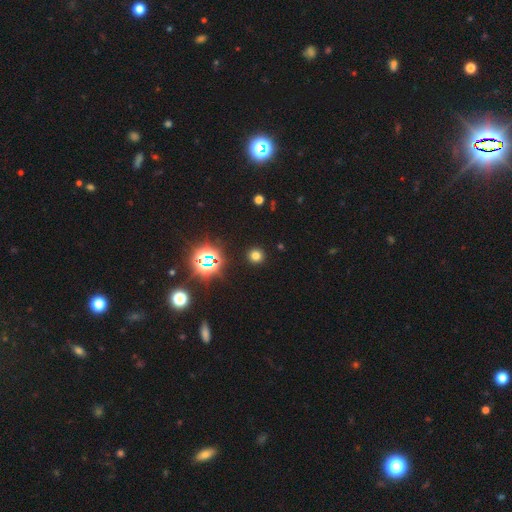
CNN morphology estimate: Smooth or featured? smooth (71%)
How rounded? round (93%)
Merging? none (92%)